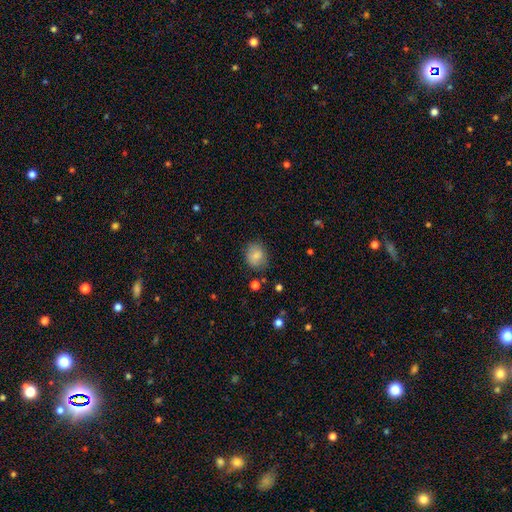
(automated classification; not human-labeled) This is clearly a smooth galaxy (83%). How rounded: likely round (61%). Merging: likely none (78%).